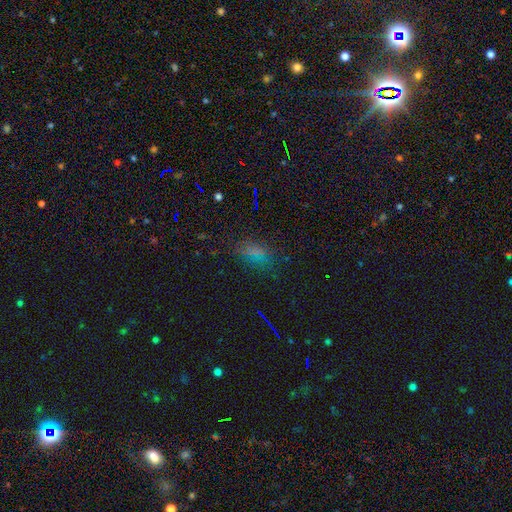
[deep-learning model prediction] Overall: smooth (58%; star or artifact 30%). How rounded: in between (72%). Merging: none (72%).